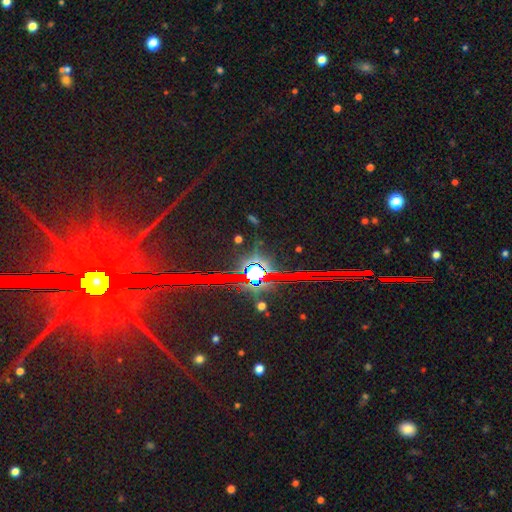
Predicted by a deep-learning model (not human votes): Smooth or featured? Predicted: star or artifact (p=0.81).